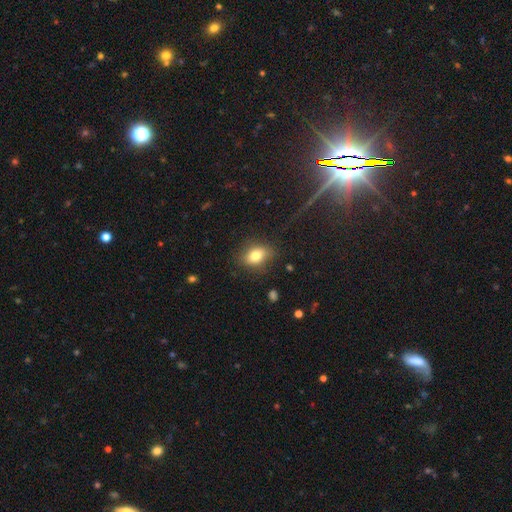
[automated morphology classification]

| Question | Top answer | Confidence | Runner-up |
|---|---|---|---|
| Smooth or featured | smooth | 78% | featured or disk (12%) |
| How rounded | in between | 72% | round (26%) |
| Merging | none | 78% | minor disturbance (16%) |